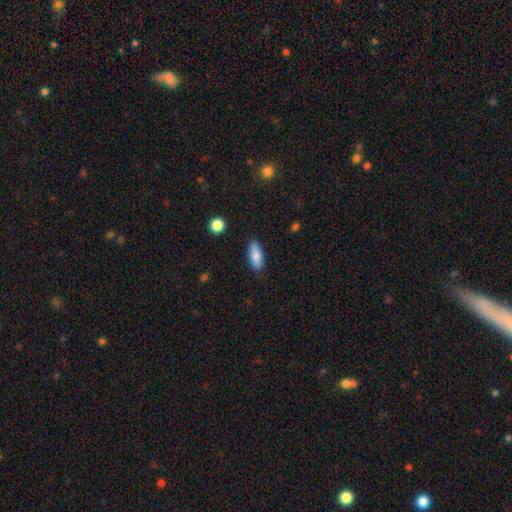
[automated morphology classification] A smooth galaxy with no disk features (83%) that is in between round and cigar-shaped (76%). Merging: none (83%).